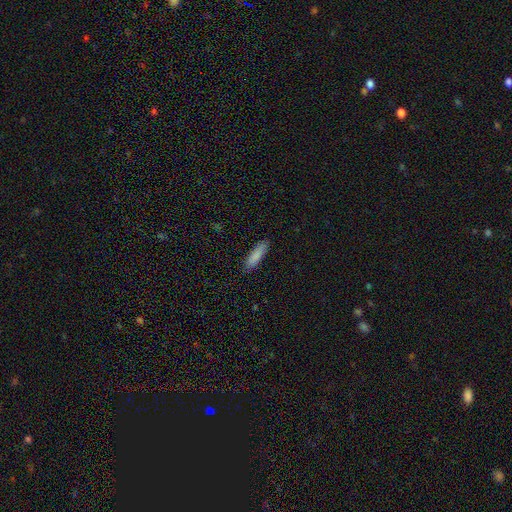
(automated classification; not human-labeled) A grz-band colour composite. It shows a smooth galaxy with no disk features (87%) that is cigar-shaped (68%). Merging: none (86%).